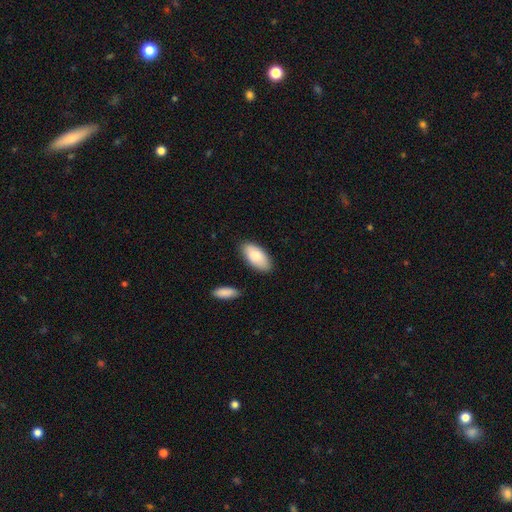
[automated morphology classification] smooth 83%, featured or disk 11%, star or artifact 5%. Down the decision tree: how rounded — in between (94%); merging — none (83%).